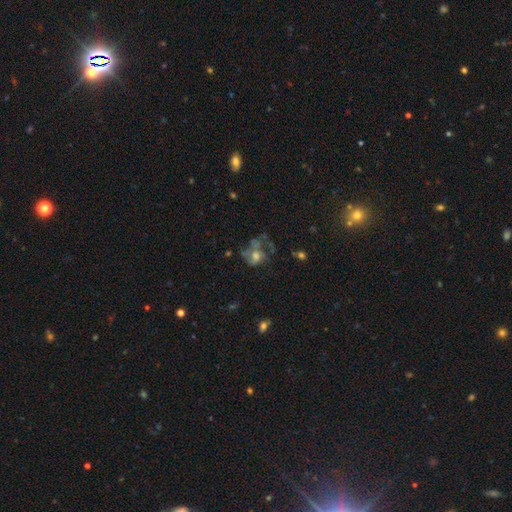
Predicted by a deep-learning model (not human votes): Smooth or featured? Predicted: featured or disk (p=0.52). Edge-on disk? Predicted: no (p=0.97). Bar? Predicted: no (p=0.82). Spiral arms? Predicted: no (p=0.63). Bulge size? Predicted: moderate (p=0.53). Merging? Predicted: major disturbance (p=0.40).